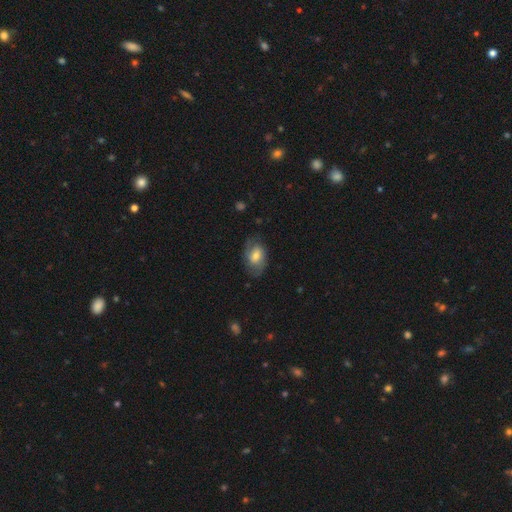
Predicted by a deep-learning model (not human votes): smooth_or_featured: featured or disk (p=0.47) [alt: smooth p=0.45]
merging: none (p=0.67) [alt: minor disturbance p=0.21]